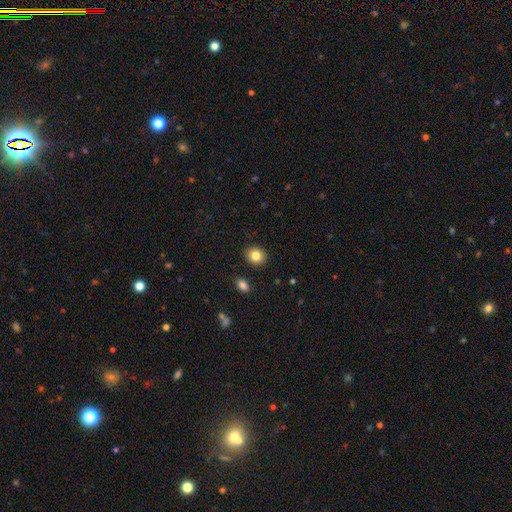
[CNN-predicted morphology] smooth 83%, star or artifact 10%, featured or disk 7%. Down the decision tree: how rounded — round (66%); merging — none (90%).